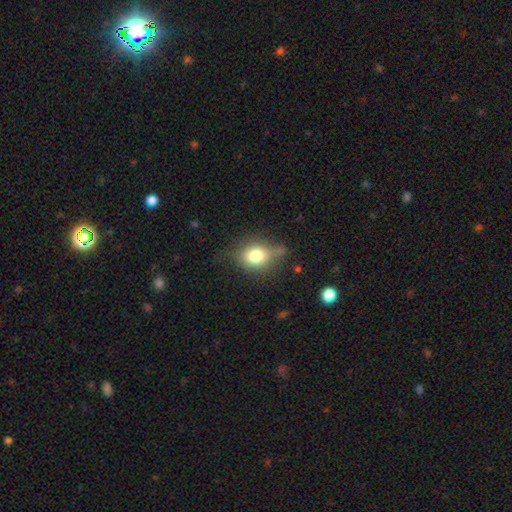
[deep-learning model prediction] This is likely a smooth galaxy (73%). How rounded: possibly in between (49%, tied with round). Merging: possibly none (51%).